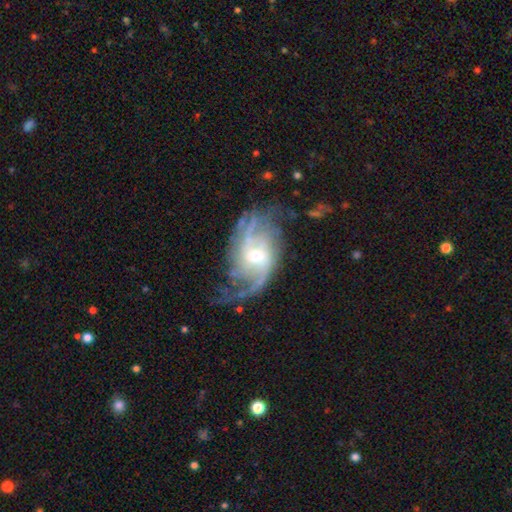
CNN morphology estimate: Smooth or featured?
  - featured or disk: 87% *
  - smooth: 7%
  - star or artifact: 6%
Edge-on disk?
  - no: 96% *
  - yes: 4%
Bar?
  - no: 43% * (tied)
  - weak: 43% * (tied)
  - strong: 14%
Spiral arms?
  - yes: 95% *
  - no: 5%
Spiral winding?
  - loose: 43% *
  - medium: 39%
  - tight: 18%
Spiral arm count?
  - 2: 57% *
  - can't tell: 16%
  - 3: 12%
  - 1: 5%
  - 4: 5%
  - more than 4: 4%
Bulge size?
  - moderate: 48% *
  - small: 46%
  - large: 4%
  - none: 1%
  - dominant: 1%
Merging?
  - none: 61% *
  - minor disturbance: 19%
  - major disturbance: 17%
  - merger: 2%